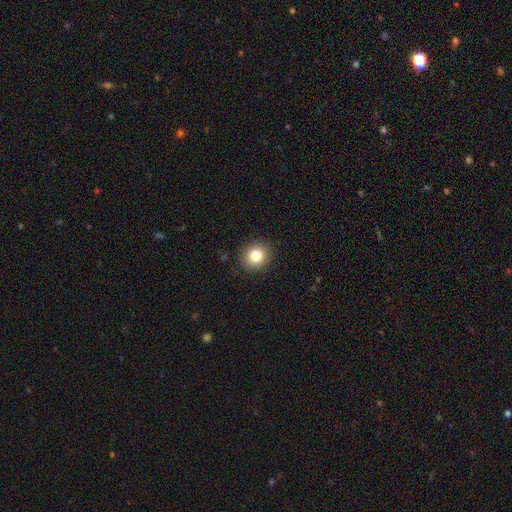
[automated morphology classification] A smooth galaxy with no disk features (82%) that is round (85%). Merging: none (91%).